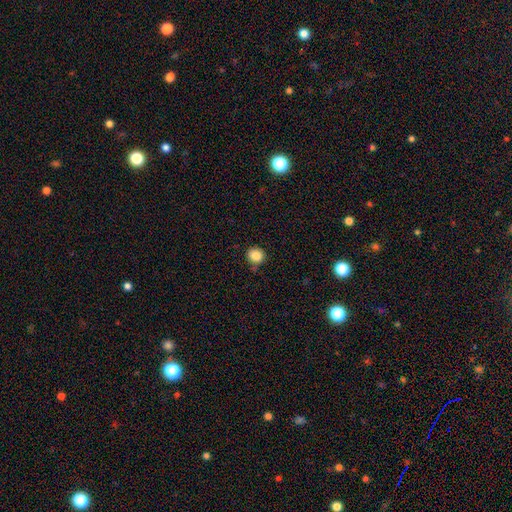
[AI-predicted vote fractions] Smooth or featured: smooth — 86% (star or artifact — 10%)
How rounded: round — 86% (in between — 13%)
Merging: none — 83% (minor disturbance — 12%)